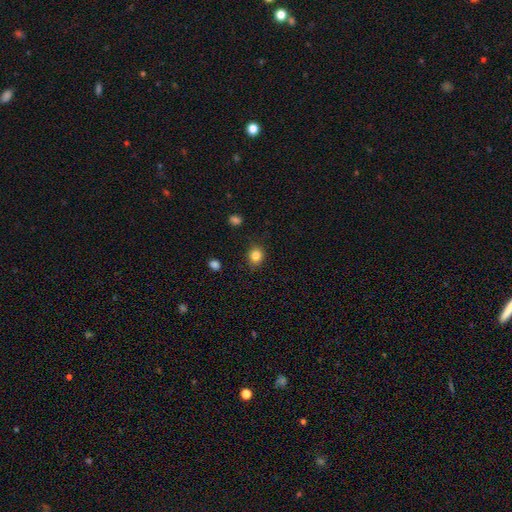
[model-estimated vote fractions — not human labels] smooth 84%, star or artifact 11%, featured or disk 5%. Down the decision tree: how rounded — round (74%); merging — none (84%).